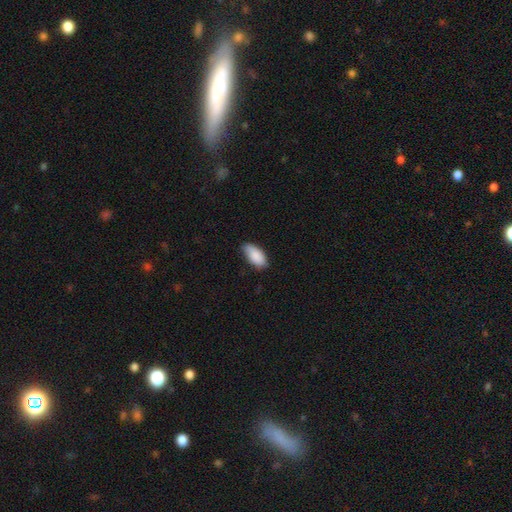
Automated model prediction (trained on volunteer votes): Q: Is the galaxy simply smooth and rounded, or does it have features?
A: smooth — 88%.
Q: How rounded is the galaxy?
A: in between — 92%.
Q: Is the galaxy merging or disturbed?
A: none — 68%.